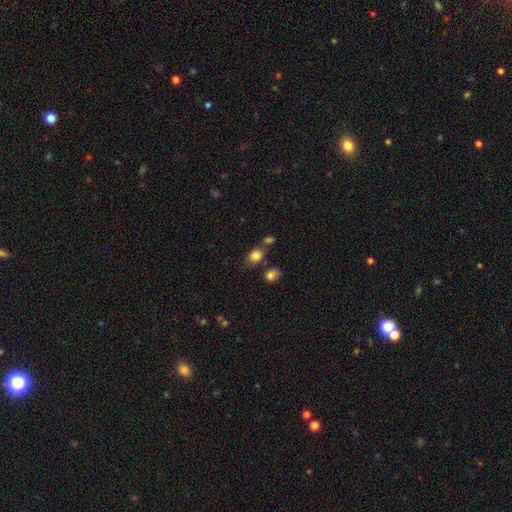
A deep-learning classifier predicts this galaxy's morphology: Smooth or featured: smooth — 82% (star or artifact — 10%)
How rounded: in between — 66% (round — 32%)
Merging: none — 58% (minor disturbance — 18%)